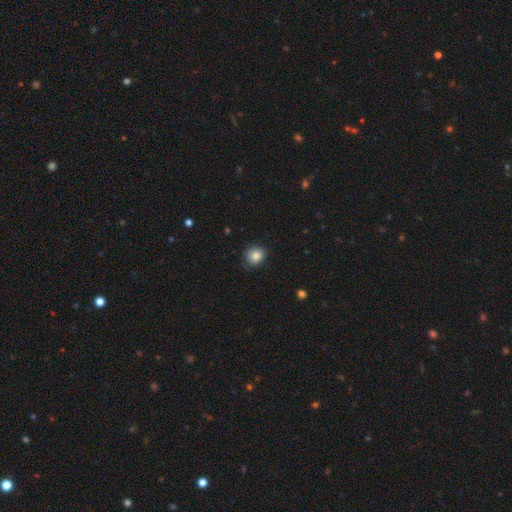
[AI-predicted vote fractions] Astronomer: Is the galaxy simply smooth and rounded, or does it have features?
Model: smooth — 84%.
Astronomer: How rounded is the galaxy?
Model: round — 77%.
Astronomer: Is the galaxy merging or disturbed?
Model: none — 77%.